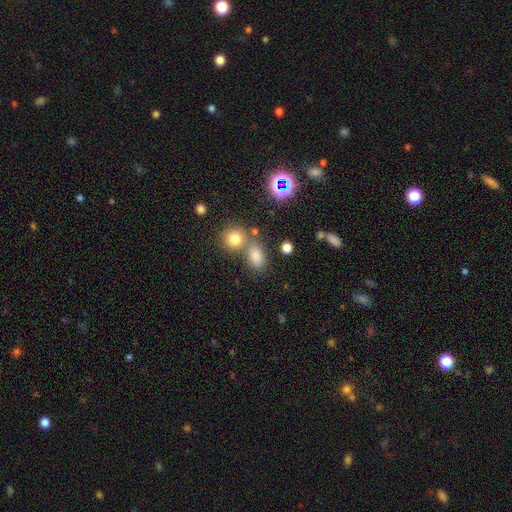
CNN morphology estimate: Smooth or featured? smooth (76%)
How rounded? in between (73%)
Merging? none (56%)